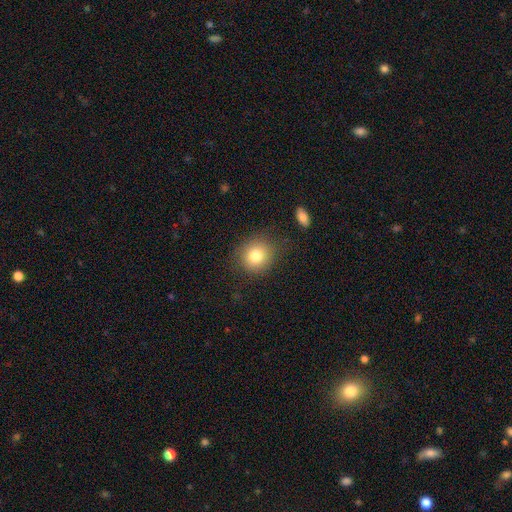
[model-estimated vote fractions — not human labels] Smooth or featured? Predicted: smooth (p=0.81). How rounded? Predicted: round (p=0.85). Merging? Predicted: none (p=0.82).